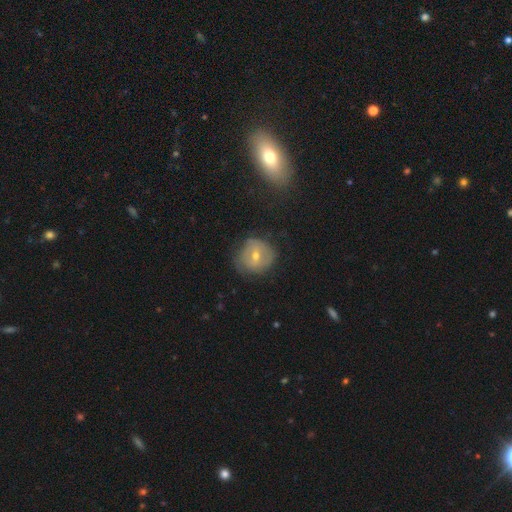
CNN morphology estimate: This appears to be a featured or disk galaxy (48%). Merging: none (70%).